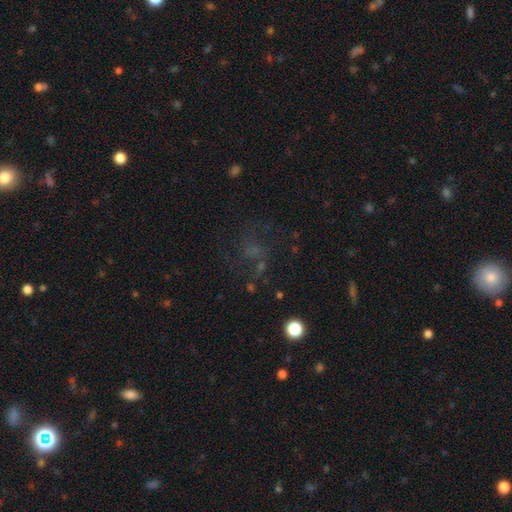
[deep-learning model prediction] Overall: star or artifact (41%; featured or disk 30%).